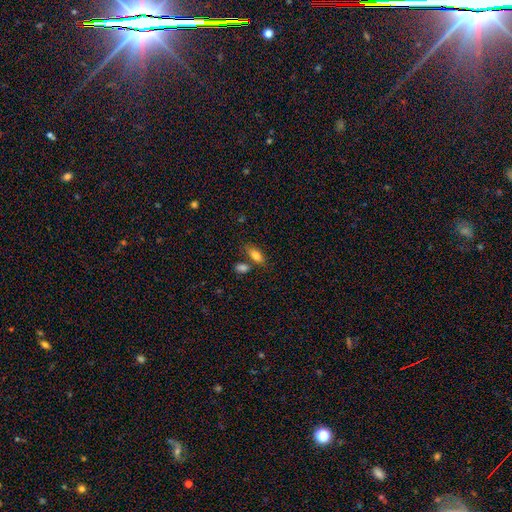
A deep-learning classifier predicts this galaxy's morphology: Overall: smooth (81%). How rounded: in between (85%). Merging: none (65%).